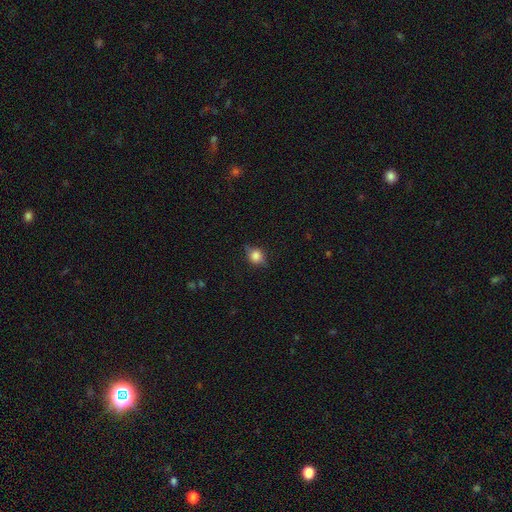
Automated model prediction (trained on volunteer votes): smooth_or_featured: smooth (p=0.75) [alt: featured or disk p=0.15]
how_rounded: round (p=0.64) [alt: in between p=0.34]
merging: none (p=0.72) [alt: minor disturbance p=0.22]